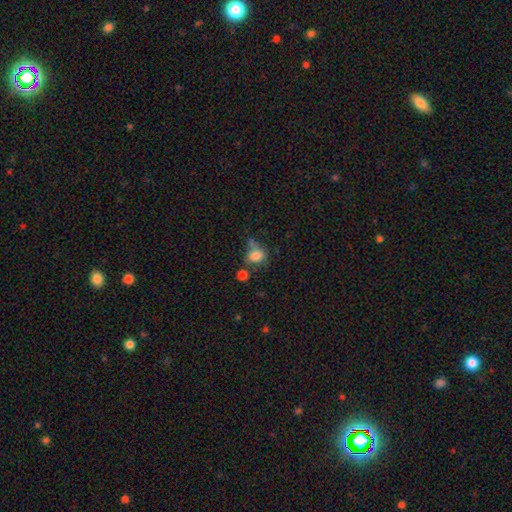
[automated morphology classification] This appears to be a smooth galaxy with no disk features (79%) that is in between round and cigar-shaped (55%). Merging: none (44%).